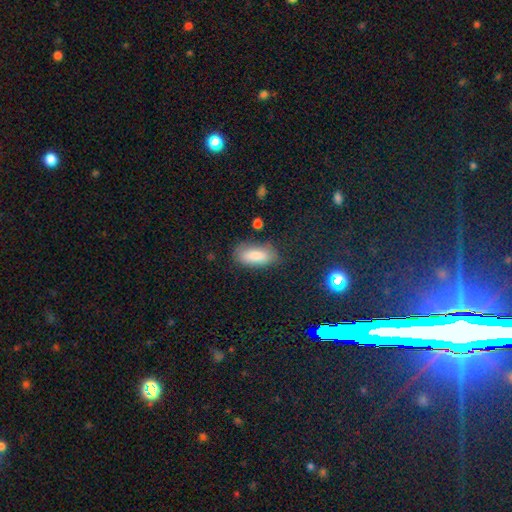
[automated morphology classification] A smooth galaxy with no disk features (84%) that is in between round and cigar-shaped (86%).

Vote fractions:
- Smooth or featured? smooth: 84% / featured or disk: 9% / star or artifact: 8%
- How rounded? in between: 86% / cigar-shaped: 12% / round: 3%
- Merging? none: 73% / minor disturbance: 19% / major disturbance: 5% / merger: 2%